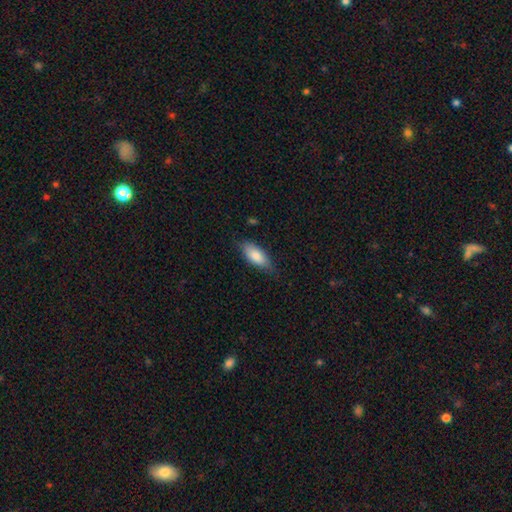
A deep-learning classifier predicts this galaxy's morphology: smooth-or-featured: smooth: 82% | featured or disk: 12% | star or artifact: 6%
  how-rounded: in between: 83% | cigar-shaped: 15% | round: 2%
  merging: none: 75% | minor disturbance: 20% | major disturbance: 4% | merger: 1%